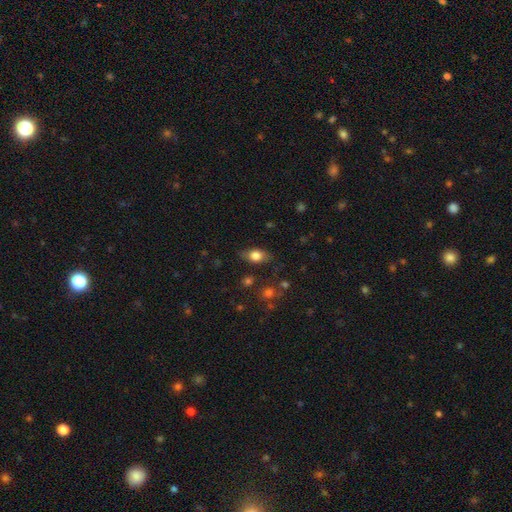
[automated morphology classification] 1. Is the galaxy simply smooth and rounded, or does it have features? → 78% smooth, 13% featured or disk, 9% star or artifact.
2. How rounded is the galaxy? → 80% in between, 15% round, 5% cigar-shaped.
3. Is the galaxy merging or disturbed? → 78% none, 16% minor disturbance, 4% major disturbance, 2% merger.